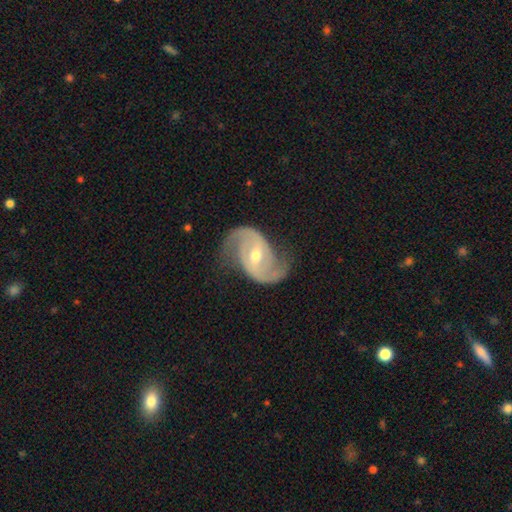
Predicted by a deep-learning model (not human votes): This appears to be a featured or disk galaxy (91%) with a weak bar (46%), 2 (93%) medium (49%) spiral arms (97%) and a moderate central bulge (58%). Merging: none (76%).